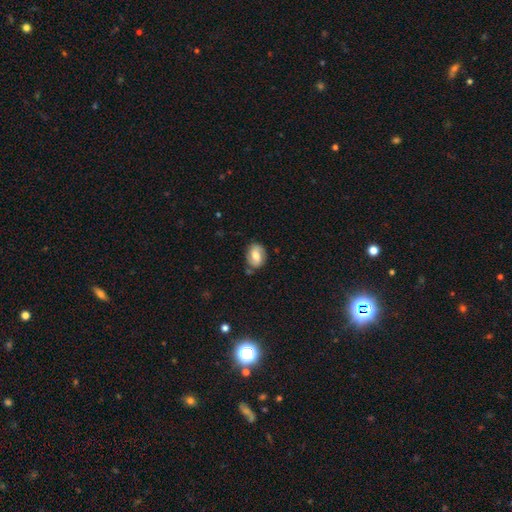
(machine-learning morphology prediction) The model was most divided on "smooth or featured": smooth: 52%, featured or disk: 40%, star or artifact: 8%. More confident: merging — none (73%); how rounded — in between (69%).